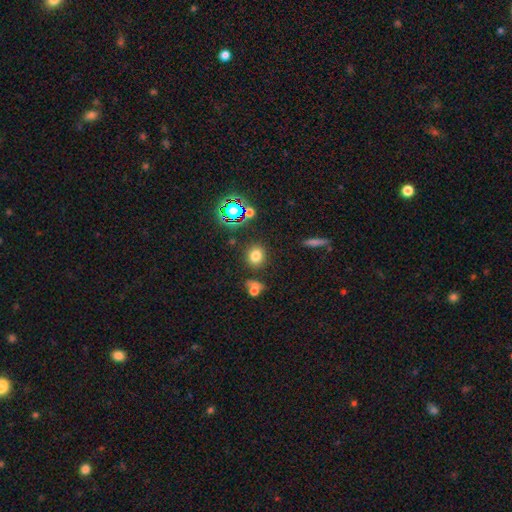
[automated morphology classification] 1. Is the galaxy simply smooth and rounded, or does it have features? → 74% smooth, 18% star or artifact, 8% featured or disk.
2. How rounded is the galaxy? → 75% round, 23% in between, 2% cigar-shaped.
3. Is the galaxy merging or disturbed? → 83% none, 9% minor disturbance, 5% merger, 3% major disturbance.